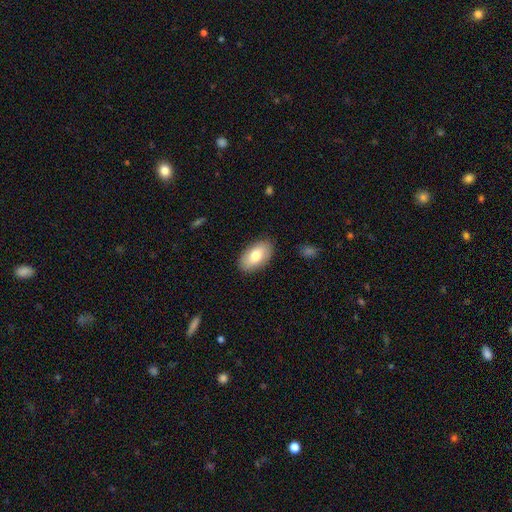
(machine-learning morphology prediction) Smooth or featured: smooth — 76% (featured or disk — 18%)
How rounded: in between — 94% (round — 4%)
Merging: none — 87% (minor disturbance — 9%)